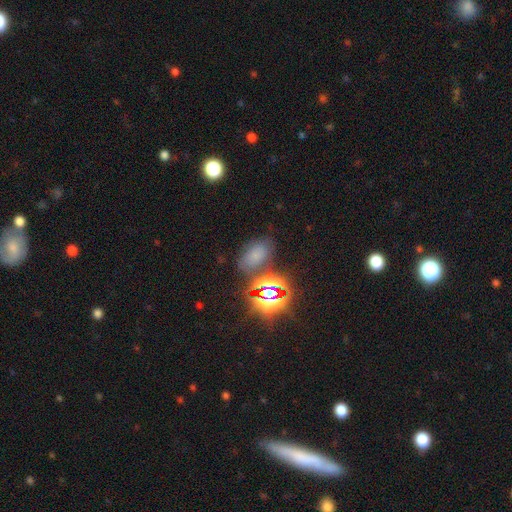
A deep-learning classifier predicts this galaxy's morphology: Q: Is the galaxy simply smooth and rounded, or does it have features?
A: smooth — 54%.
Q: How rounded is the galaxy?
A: in between — 87%.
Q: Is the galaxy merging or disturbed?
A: none — 70%.